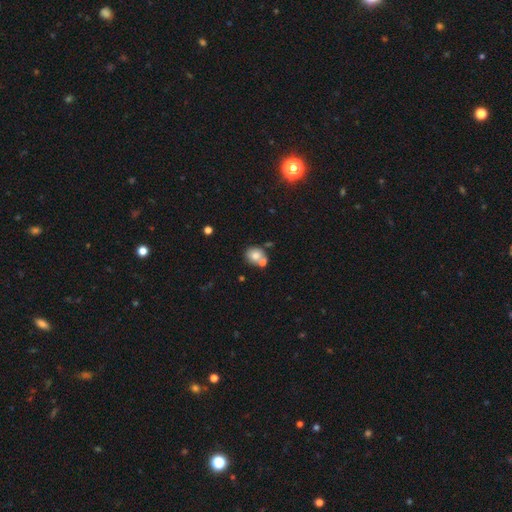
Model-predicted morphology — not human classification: A smooth galaxy with no disk features (74%) that is round (70%).

Vote fractions:
- Smooth or featured? smooth: 74% / featured or disk: 16% / star or artifact: 10%
- How rounded? round: 70% / in between: 29% / cigar-shaped: 1%
- Merging? none: 48% / merger: 36% / minor disturbance: 12% / major disturbance: 4%